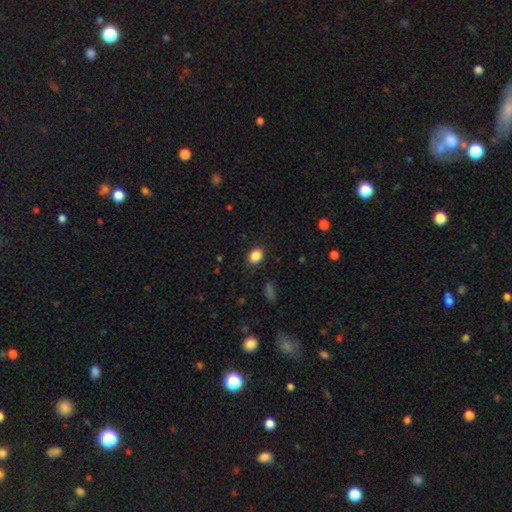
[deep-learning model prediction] The model was most divided on "how rounded": in between: 61%, round: 37%, cigar-shaped: 1%. More confident: merging — none (87%); smooth or featured — smooth (86%).